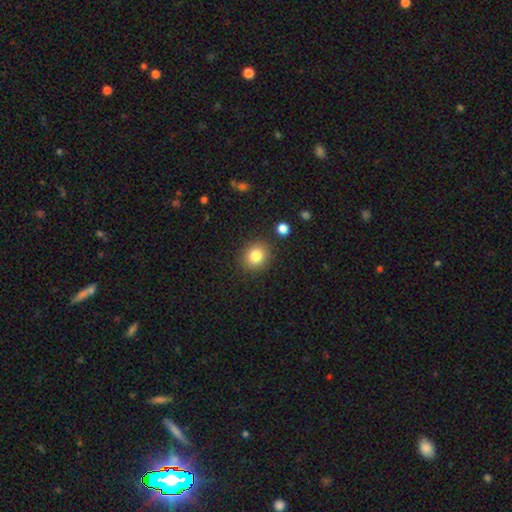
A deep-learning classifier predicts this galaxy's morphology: type=smooth (83%); roundness=round (75%); merging=none (88%).